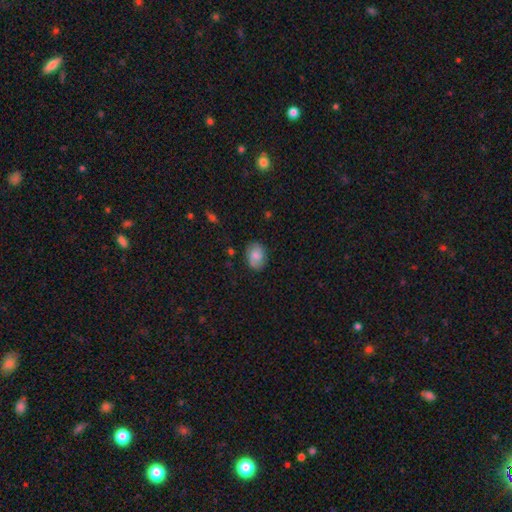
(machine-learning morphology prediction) This is likely a smooth galaxy (71%). How rounded: likely in between (71%). Merging: clearly none (81%).